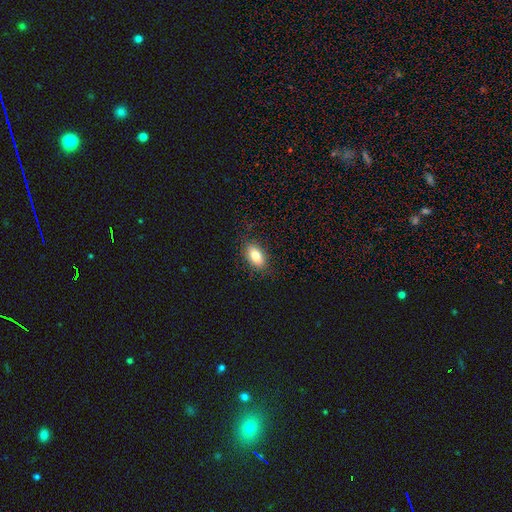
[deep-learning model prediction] Morphology: type=smooth (79%); roundness=in between (88%); merging=none (87%).